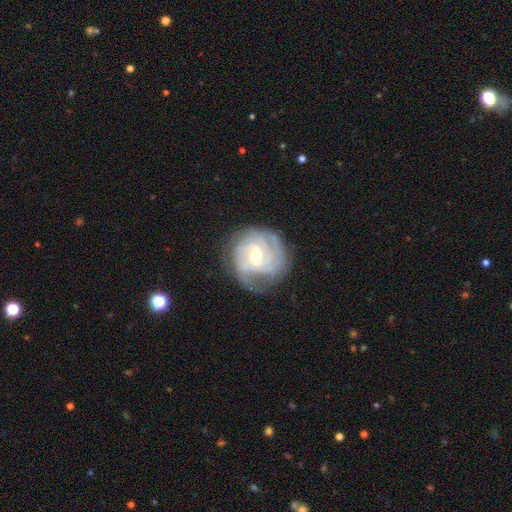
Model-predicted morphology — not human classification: Smooth or featured: featured or disk — 86% (smooth — 9%)
Edge-on disk: no — 98% (yes — 2%)
Bar: weak — 51% (no — 33%)
Spiral arms: yes — 96% (no — 4%)
Spiral winding: tight — 70% (medium — 24%)
Spiral arm count: can't tell — 30% (3 — 26%)
Bulge size: moderate — 66% (small — 28%)
Merging: none — 72% (minor disturbance — 19%)